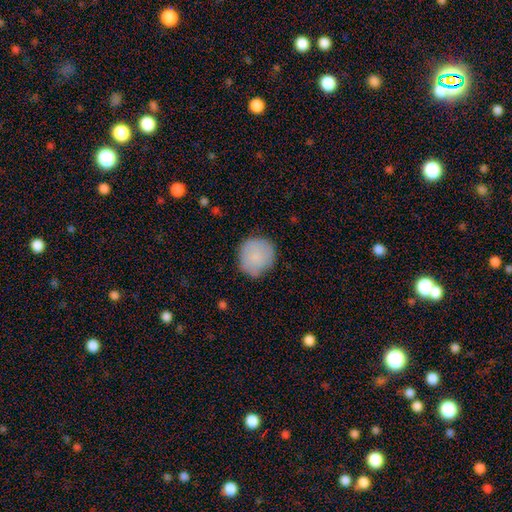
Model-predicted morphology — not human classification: The model was most divided on "merging": none: 77%, minor disturbance: 18%, major disturbance: 4%, merger: 1%. More confident: how rounded — round (88%); smooth or featured — smooth (83%).